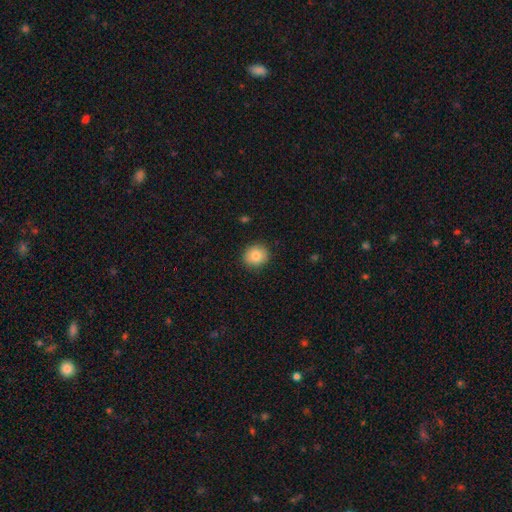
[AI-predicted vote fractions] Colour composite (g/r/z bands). It shows a smooth galaxy with no disk features (84%) that is round (81%). Merging: none (89%).